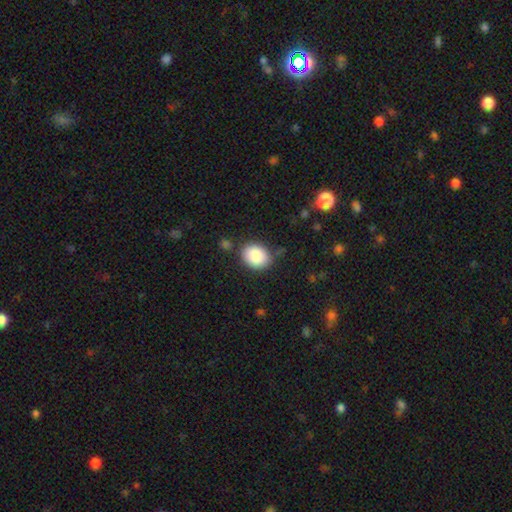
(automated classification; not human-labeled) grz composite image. It shows a smooth galaxy with no disk features (88%) that is in between round and cigar-shaped (57%). Merging: none (78%).